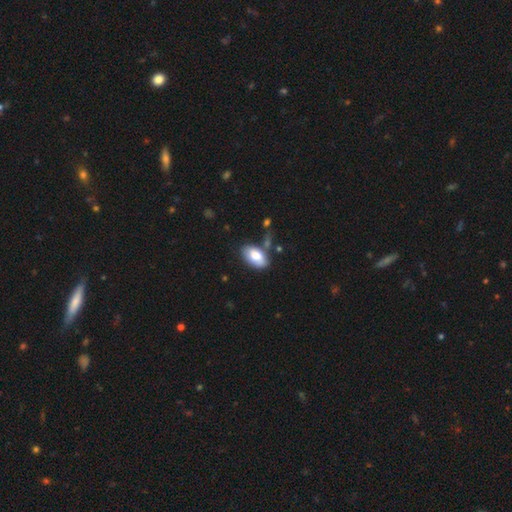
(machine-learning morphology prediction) The model was most divided on "merging": none: 66%, minor disturbance: 20%, merger: 9%, major disturbance: 5%. More confident: how rounded — in between (94%); smooth or featured — smooth (79%).